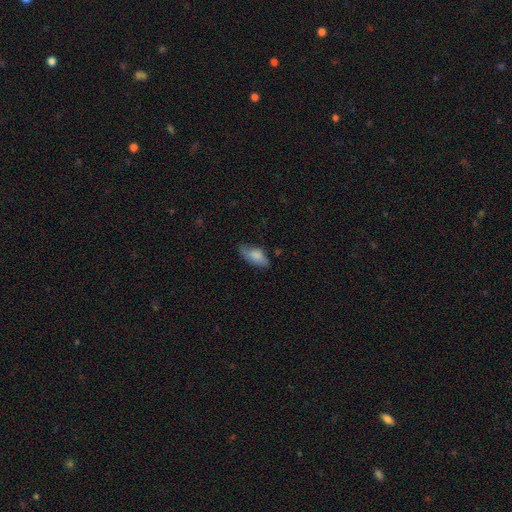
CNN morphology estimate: This appears to be a smooth galaxy with no disk features (82%) that is in between round and cigar-shaped (87%). Merging: none (64%).